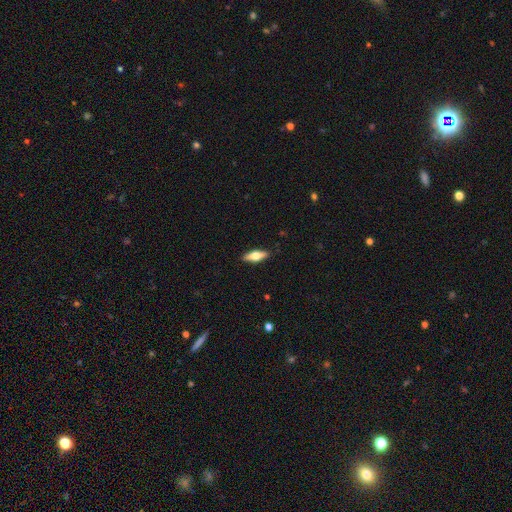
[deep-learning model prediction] smooth-or-featured: smooth: 55% | featured or disk: 39% | star or artifact: 6%
  how-rounded: in between: 59% | cigar-shaped: 38% | round: 3%
  merging: none: 89% | minor disturbance: 8% | major disturbance: 2% | merger: 1%